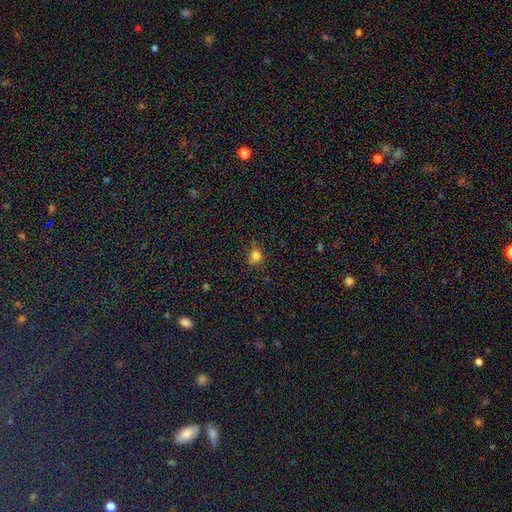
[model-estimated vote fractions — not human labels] The model was most divided on "how rounded": round: 73%, in between: 26%, cigar-shaped: 1%. More confident: smooth or featured — smooth (78%); merging — none (75%).